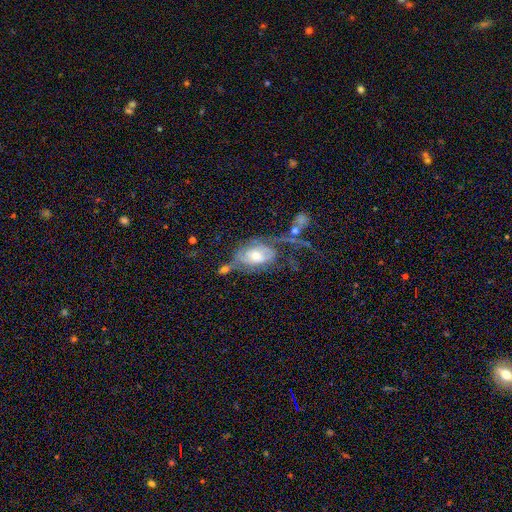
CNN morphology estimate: This is possibly a featured or disk galaxy (59%). It is clearly not viewed edge-on (91%). Bar: likely no (74%). Spiral arm pattern: possibly yes (58%). Central bulge: possibly moderate (58%). Merging: marginally major disturbance (36%).